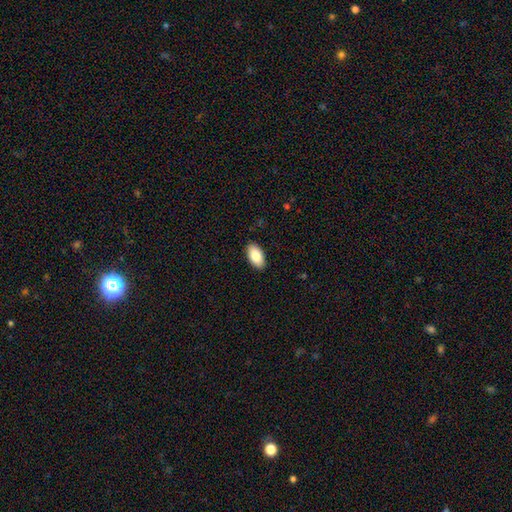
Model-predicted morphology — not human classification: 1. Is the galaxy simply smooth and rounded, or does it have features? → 84% smooth, 9% featured or disk, 6% star or artifact.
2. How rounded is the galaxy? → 95% in between, 3% cigar-shaped, 2% round.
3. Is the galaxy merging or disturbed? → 90% none, 8% minor disturbance, 2% major disturbance, 1% merger.